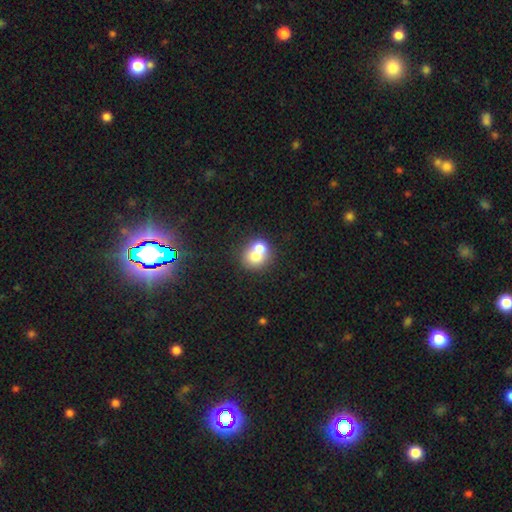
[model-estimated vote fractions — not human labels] Smooth or featured?
  - smooth: 68% *
  - featured or disk: 22%
  - star or artifact: 10%
How rounded?
  - round: 76% *
  - in between: 23%
  - cigar-shaped: 1%
Merging?
  - merger: 59% *
  - none: 32%
  - minor disturbance: 7%
  - major disturbance: 3%